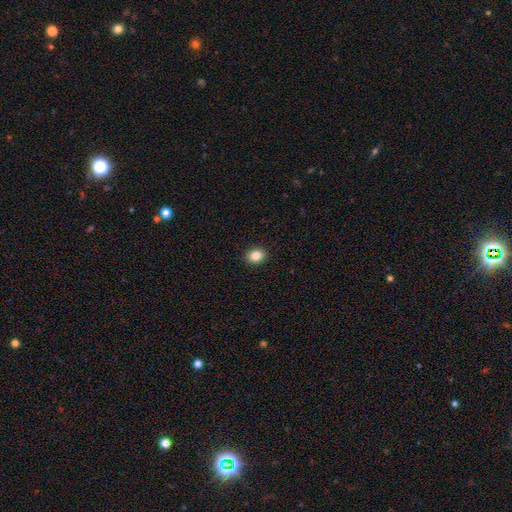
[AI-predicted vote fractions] Smooth or featured? smooth (87%)
How rounded? in between (56%)
Merging? none (90%)